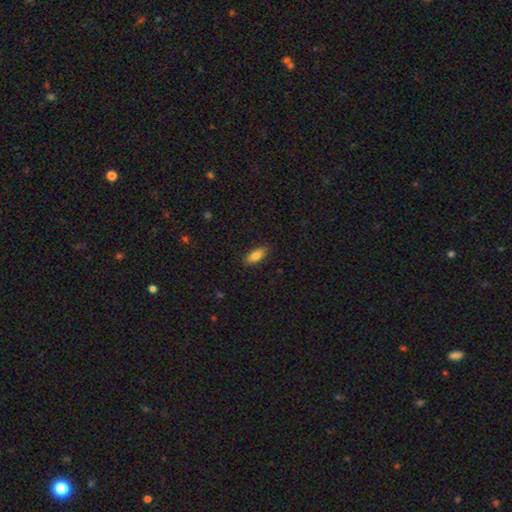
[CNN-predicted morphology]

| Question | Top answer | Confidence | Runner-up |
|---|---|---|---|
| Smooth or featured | smooth | 85% | featured or disk (8%) |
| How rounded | in between | 84% | cigar-shaped (14%) |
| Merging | none | 87% | minor disturbance (10%) |